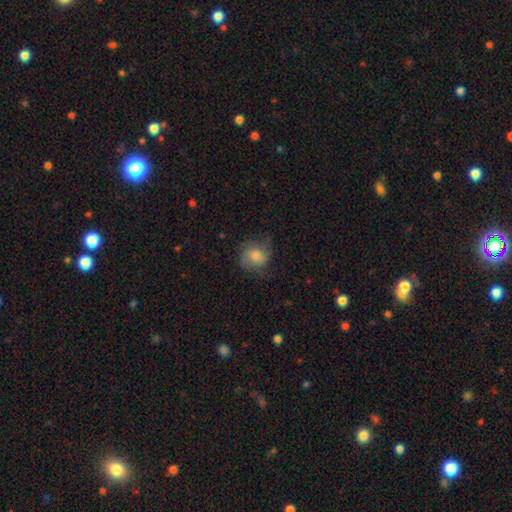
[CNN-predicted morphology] Smooth or featured: smooth — 52% (featured or disk — 38%)
How rounded: round — 76% (in between — 23%)
Merging: none — 68% (minor disturbance — 21%)